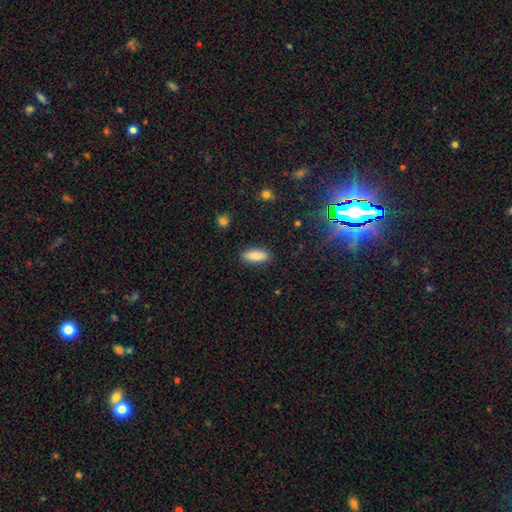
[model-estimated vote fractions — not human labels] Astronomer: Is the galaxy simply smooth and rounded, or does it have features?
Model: smooth — 85%.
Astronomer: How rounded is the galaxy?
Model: in between — 74%.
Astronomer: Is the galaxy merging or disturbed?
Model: none — 87%.